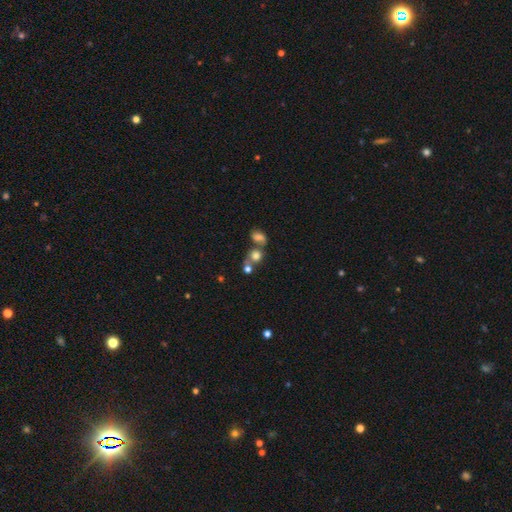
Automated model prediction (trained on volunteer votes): Smooth or featured?
  - smooth: 73% *
  - star or artifact: 14%
  - featured or disk: 13%
How rounded?
  - round: 75% *
  - in between: 23%
  - cigar-shaped: 1%
Merging?
  - merger: 46% *
  - none: 40%
  - minor disturbance: 9%
  - major disturbance: 5%